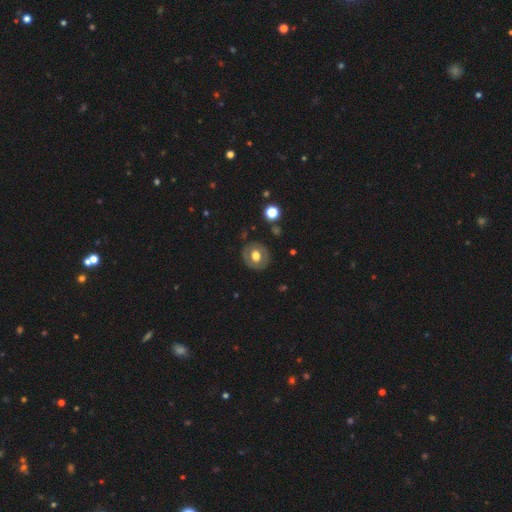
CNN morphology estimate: smooth_or_featured: smooth (p=0.50) [alt: featured or disk p=0.43]
merging: none (p=0.84) [alt: minor disturbance p=0.11]